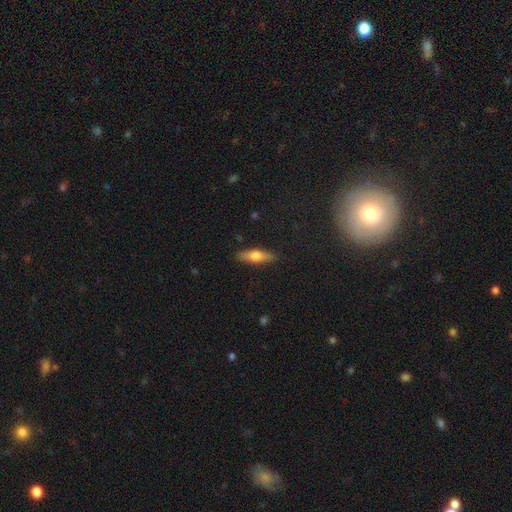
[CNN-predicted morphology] The model was most divided on "smooth or featured": smooth: 56%, featured or disk: 37%, star or artifact: 7%. More confident: merging — none (89%); how rounded — cigar-shaped (61%).